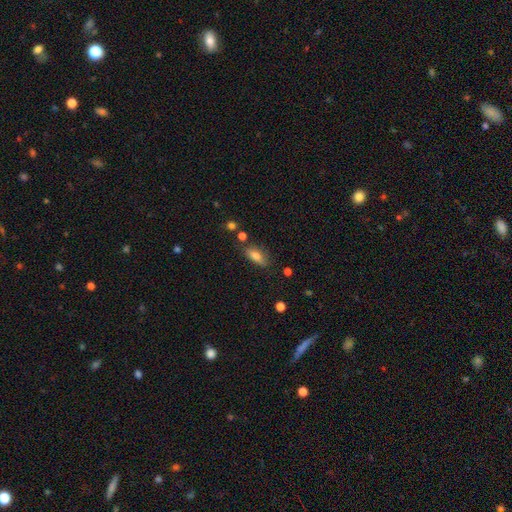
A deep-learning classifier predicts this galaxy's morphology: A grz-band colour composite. It shows a smooth galaxy with no disk features (77%) that is in between round and cigar-shaped (76%). Merging: none (75%).